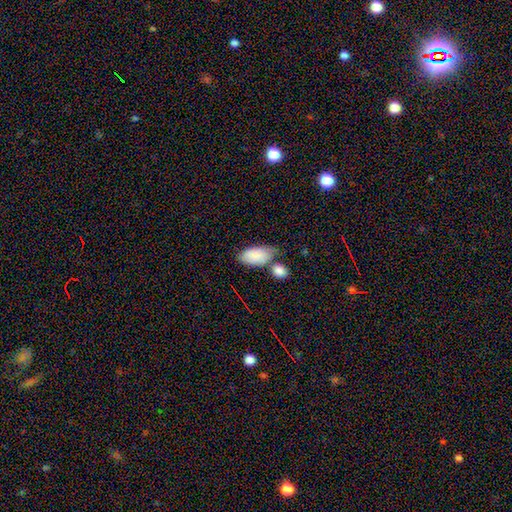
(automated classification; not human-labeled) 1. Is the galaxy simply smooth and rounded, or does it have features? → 85% smooth, 8% featured or disk, 6% star or artifact.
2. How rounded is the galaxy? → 94% in between, 3% round, 3% cigar-shaped.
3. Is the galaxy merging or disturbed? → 45% none, 25% merger, 22% minor disturbance, 7% major disturbance.